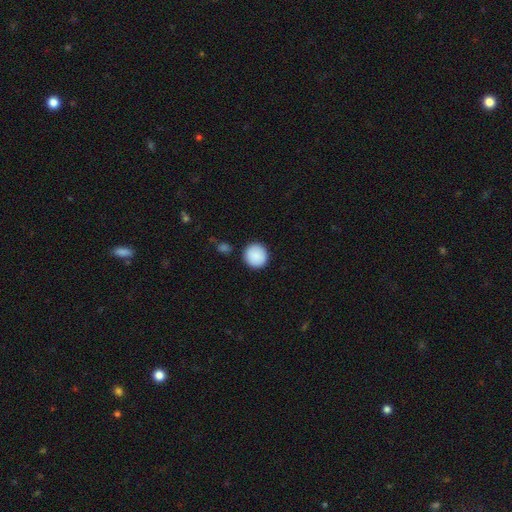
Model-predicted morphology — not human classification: Q: Smooth or featured?
A: smooth (89%); runner-up: star or artifact (6%)
Q: How rounded?
A: round (92%); runner-up: in between (7%)
Q: Merging?
A: none (90%); runner-up: minor disturbance (6%)